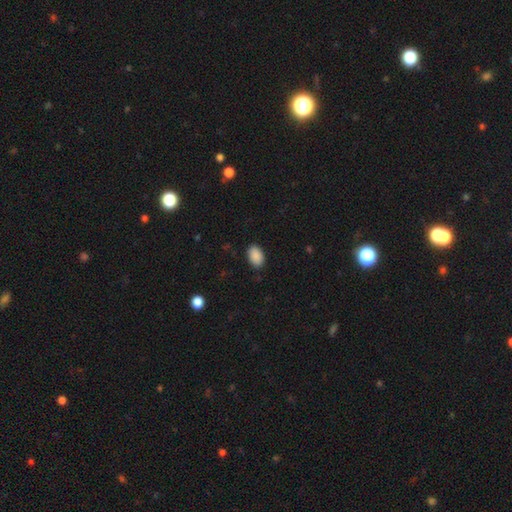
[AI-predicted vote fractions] Smooth or featured? Predicted: smooth (p=0.90). How rounded? Predicted: in between (p=0.89). Merging? Predicted: none (p=0.88).